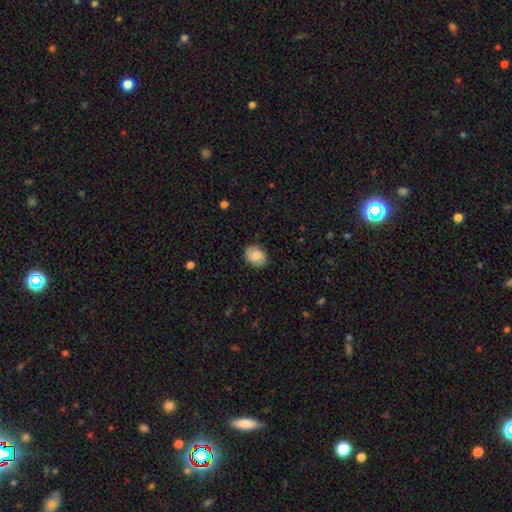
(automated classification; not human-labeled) Q: Smooth or featured?
A: smooth (68%); runner-up: featured or disk (24%)
Q: How rounded?
A: round (56%); runner-up: in between (43%)
Q: Merging?
A: none (81%); runner-up: minor disturbance (14%)